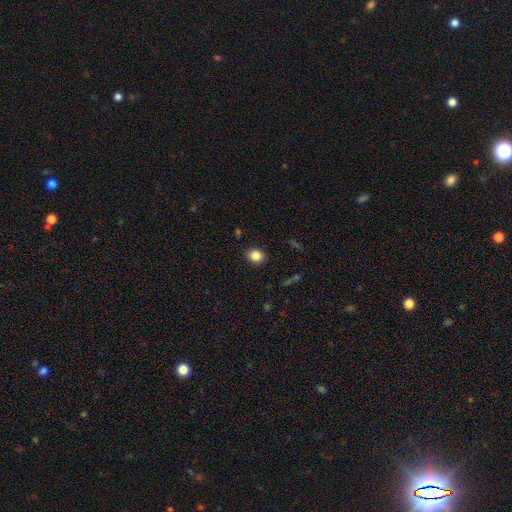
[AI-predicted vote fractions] smooth-or-featured: smooth: 85% | star or artifact: 10% | featured or disk: 5%
  how-rounded: round: 60% | in between: 40% | cigar-shaped: 1%
  merging: none: 90% | minor disturbance: 7% | major disturbance: 2% | merger: 1%